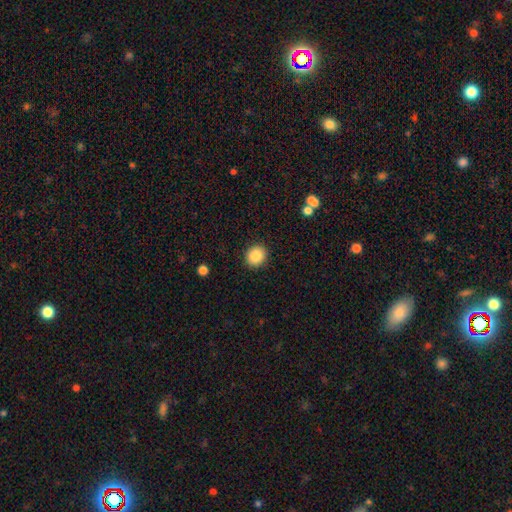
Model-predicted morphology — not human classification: Overall: smooth (86%). How rounded: round (82%). Merging: none (91%).